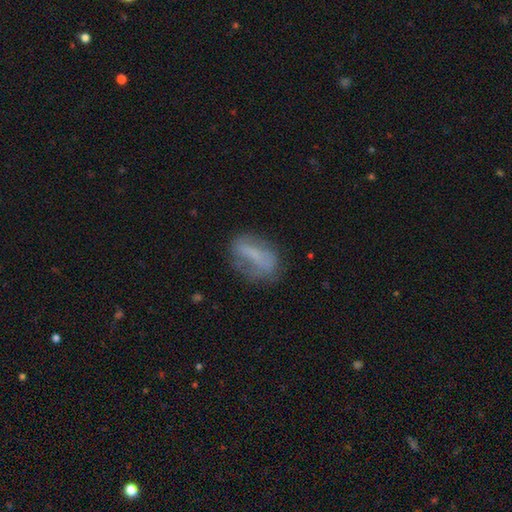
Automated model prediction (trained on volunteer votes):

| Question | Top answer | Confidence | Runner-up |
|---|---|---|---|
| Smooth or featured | smooth | 53% | featured or disk (37%) |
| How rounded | in between | 78% | cigar-shaped (13%) |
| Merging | none | 61% | minor disturbance (24%) |